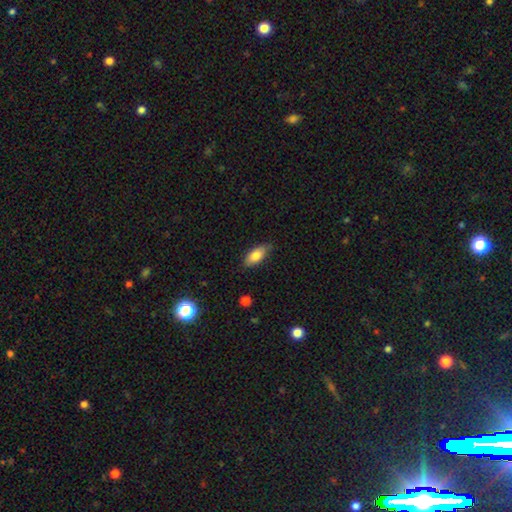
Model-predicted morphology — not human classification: A smooth galaxy with no disk features (79%) that is in between round and cigar-shaped (85%). Merging: none (78%).